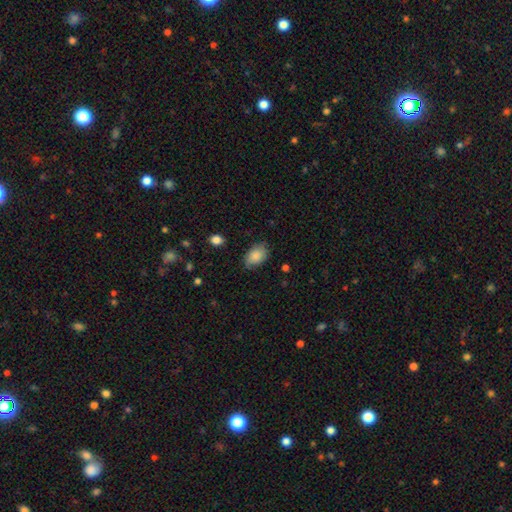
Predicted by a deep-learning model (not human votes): Q: Smooth or featured?
A: smooth (83%); runner-up: featured or disk (10%)
Q: How rounded?
A: in between (86%); runner-up: round (13%)
Q: Merging?
A: none (74%); runner-up: minor disturbance (21%)